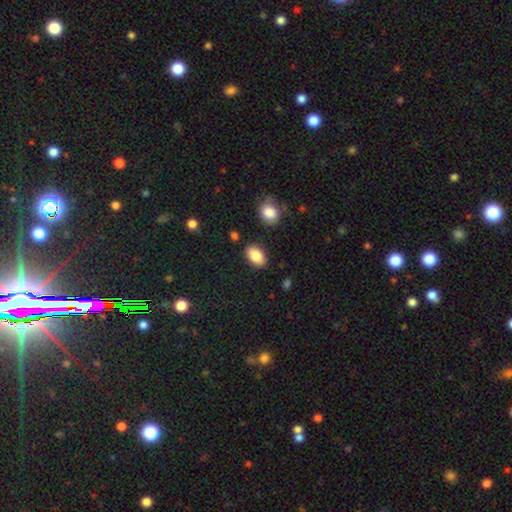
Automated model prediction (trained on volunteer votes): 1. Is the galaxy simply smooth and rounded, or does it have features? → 84% smooth, 9% featured or disk, 7% star or artifact.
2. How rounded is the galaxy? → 91% in between, 7% round, 2% cigar-shaped.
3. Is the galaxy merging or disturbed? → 85% none, 10% minor disturbance, 3% merger, 2% major disturbance.